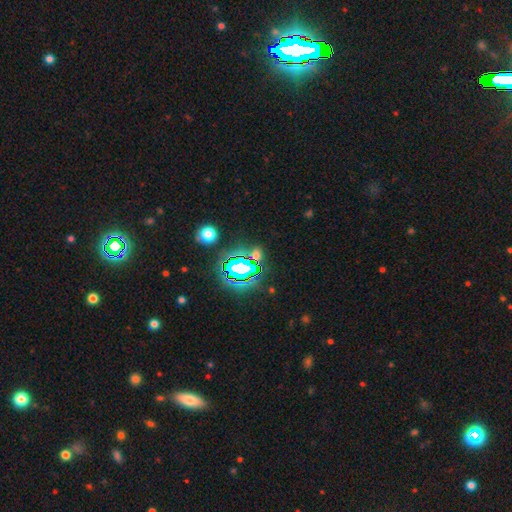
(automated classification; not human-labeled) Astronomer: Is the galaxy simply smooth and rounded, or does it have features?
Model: star or artifact — 62%.